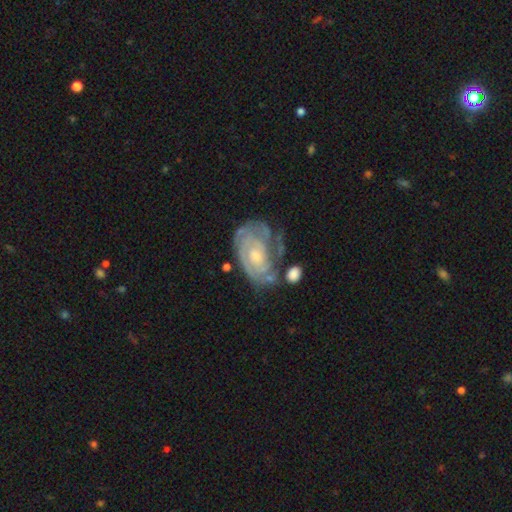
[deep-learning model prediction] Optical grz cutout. It shows a featured or disk galaxy (82%) with no bar (71%), tight (72%) spiral arms (91%) and a moderate central bulge (52%). Merging: none (54%).